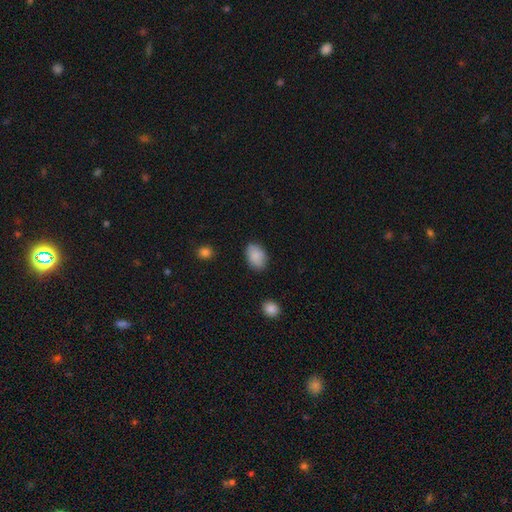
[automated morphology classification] A smooth galaxy with no disk features (85%) that is in between round and cigar-shaped (85%). Merging: none (80%).